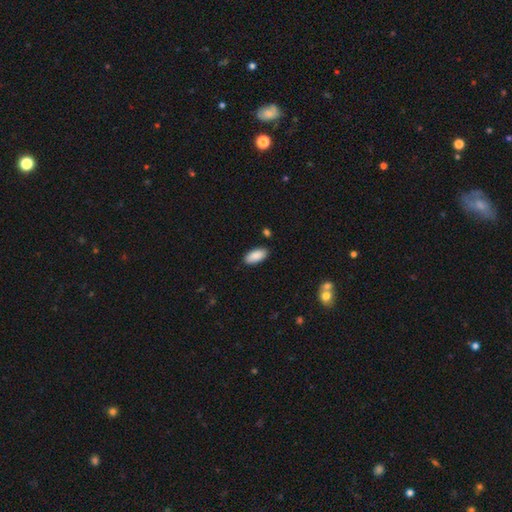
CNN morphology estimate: Q: Smooth or featured?
A: smooth (90%); runner-up: star or artifact (6%)
Q: How rounded?
A: in between (91%); runner-up: cigar-shaped (7%)
Q: Merging?
A: none (88%); runner-up: minor disturbance (9%)